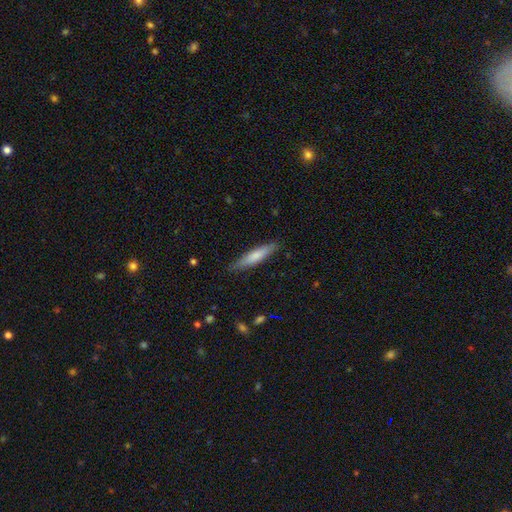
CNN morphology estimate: Smooth or featured?
  - smooth: 69% *
  - featured or disk: 26%
  - star or artifact: 5%
How rounded?
  - cigar-shaped: 87% *
  - in between: 12%
  - round: 1%
Merging?
  - none: 85% *
  - minor disturbance: 12%
  - major disturbance: 2%
  - merger: 1%